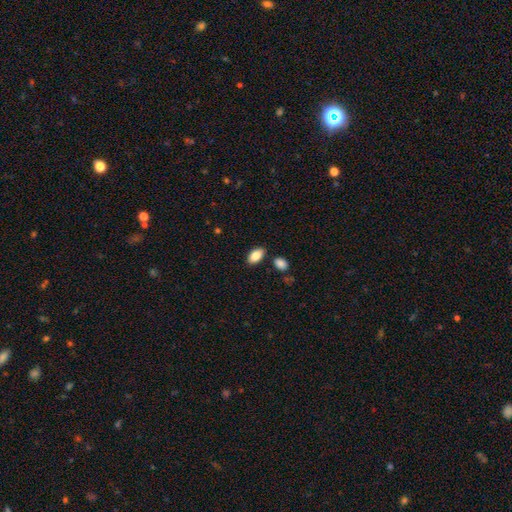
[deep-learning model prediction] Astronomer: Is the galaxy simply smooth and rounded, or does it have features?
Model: smooth — 87%.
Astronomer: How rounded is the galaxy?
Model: in between — 93%.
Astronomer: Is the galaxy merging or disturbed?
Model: none — 83%.